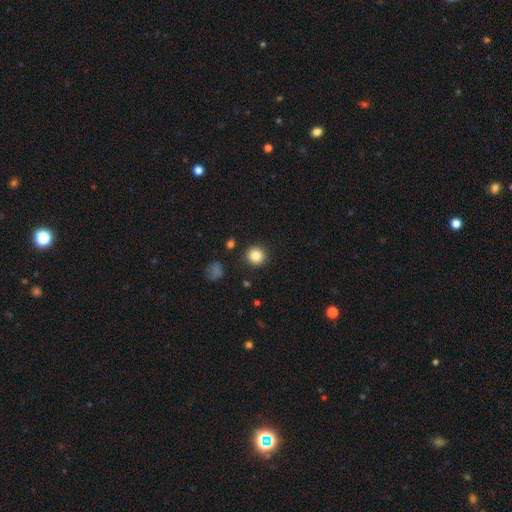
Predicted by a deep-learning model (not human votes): A smooth galaxy with no disk features (83%) that is round (93%).

Vote fractions:
- Smooth or featured? smooth: 83% / star or artifact: 11% / featured or disk: 6%
- How rounded? round: 93% / in between: 6% / cigar-shaped: 1%
- Merging? none: 90% / minor disturbance: 6% / major disturbance: 2% / merger: 2%